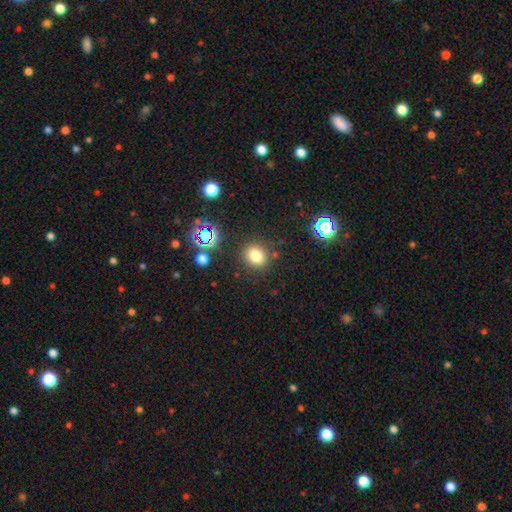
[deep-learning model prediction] This appears to be a smooth galaxy with no disk features (76%) that is round (78%). Merging: none (84%).